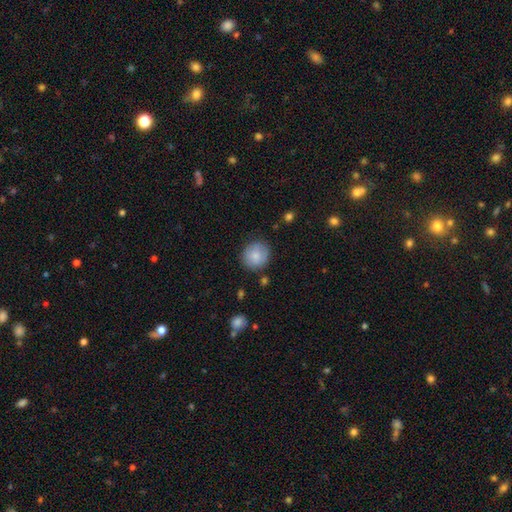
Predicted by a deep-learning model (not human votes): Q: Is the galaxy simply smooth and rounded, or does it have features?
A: smooth — 80%.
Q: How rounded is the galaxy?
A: round — 89%.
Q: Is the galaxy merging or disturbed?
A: none — 82%.